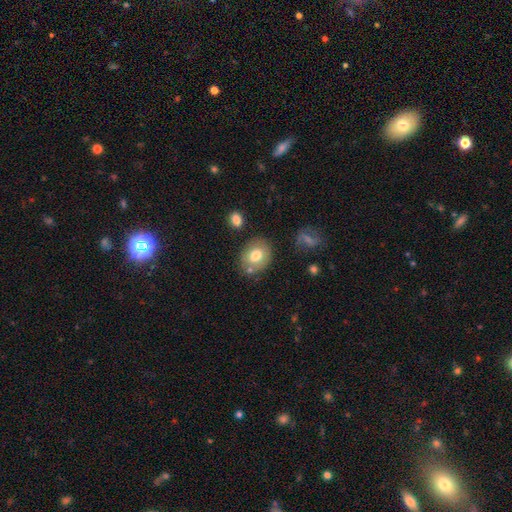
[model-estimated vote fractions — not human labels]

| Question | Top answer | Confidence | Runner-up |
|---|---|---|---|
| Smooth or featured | smooth | 73% | featured or disk (19%) |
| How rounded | in between | 50% | round (49%) |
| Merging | none | 72% | minor disturbance (15%) |